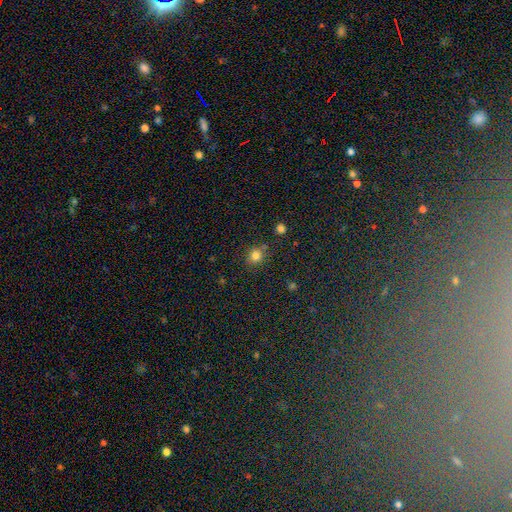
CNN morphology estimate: smooth 81%, star or artifact 14%, featured or disk 5%. Down the decision tree: how rounded — round (83%); merging — none (76%).